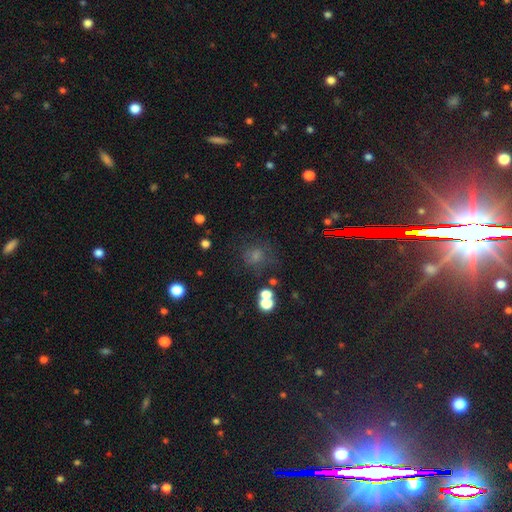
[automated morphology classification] Smooth or featured?
  - smooth: 46% *
  - star or artifact: 41%
  - featured or disk: 12%
Merging?
  - none: 75% *
  - minor disturbance: 13%
  - major disturbance: 7%
  - merger: 5%